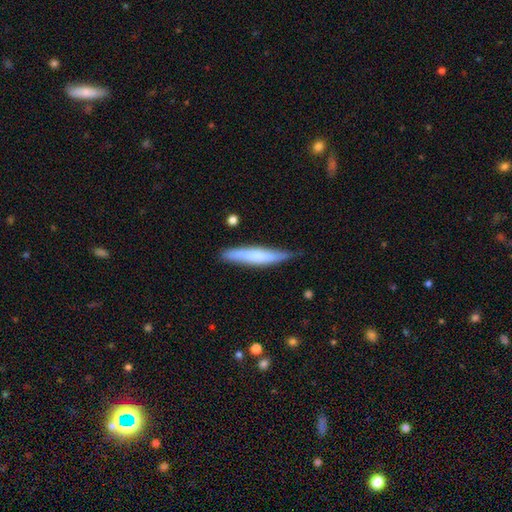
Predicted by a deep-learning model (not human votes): smooth 64%, featured or disk 31%, star or artifact 6%. Down the decision tree: how rounded — cigar-shaped (91%); merging — none (76%).